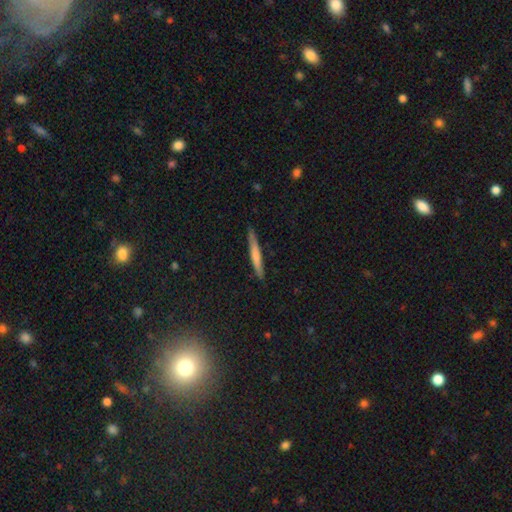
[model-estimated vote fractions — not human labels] This is likely a smooth galaxy (62%). How rounded: clearly cigar-shaped (96%). Merging: clearly none (86%).